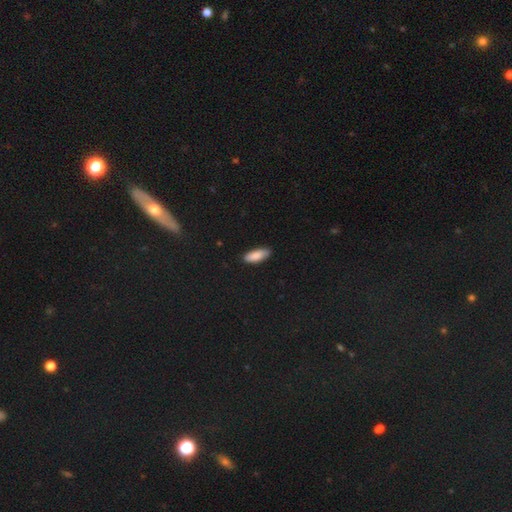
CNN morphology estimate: type=smooth (87%); roundness=in between (74%); merging=none (82%).